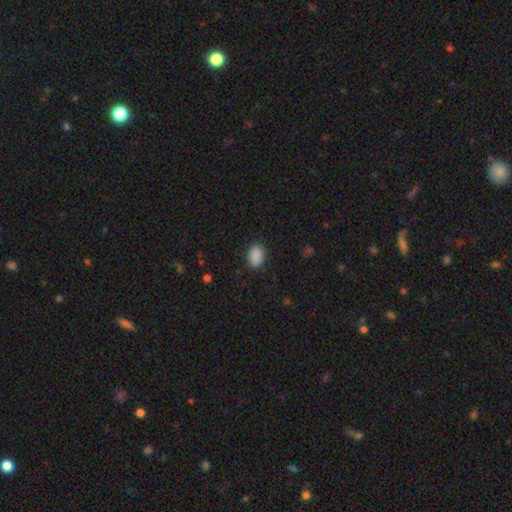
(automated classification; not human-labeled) A smooth galaxy with no disk features (89%) that is in between round and cigar-shaped (85%).

Vote fractions:
- Smooth or featured? smooth: 89% / star or artifact: 8% / featured or disk: 3%
- How rounded? in between: 85% / round: 14% / cigar-shaped: 1%
- Merging? none: 87% / minor disturbance: 9% / major disturbance: 3% / merger: 1%